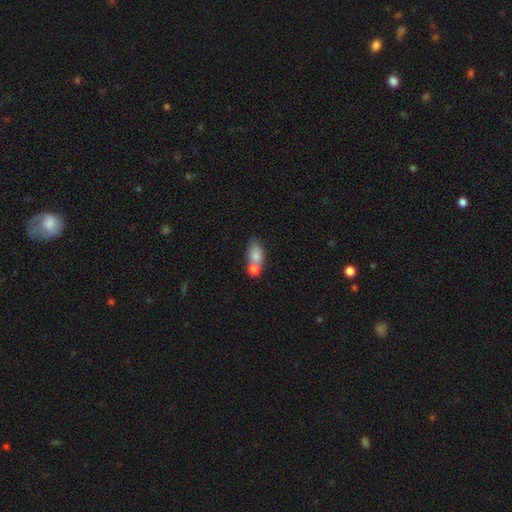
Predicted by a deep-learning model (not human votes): Q: Smooth or featured?
A: smooth (77%); runner-up: featured or disk (15%)
Q: How rounded?
A: in between (78%); runner-up: round (17%)
Q: Merging?
A: merger (52%); runner-up: none (32%)